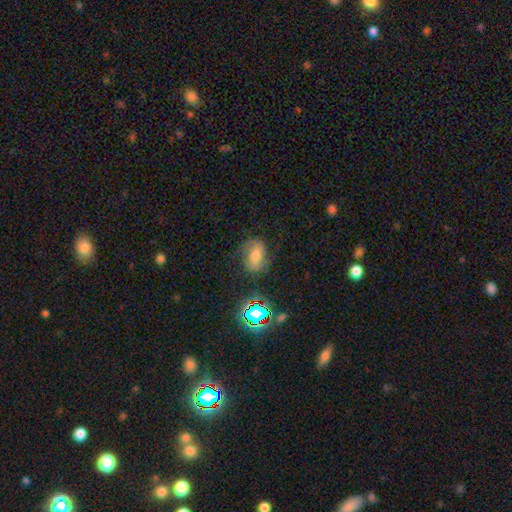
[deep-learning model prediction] A smooth galaxy with no disk features (43%). Merging: none (68%).